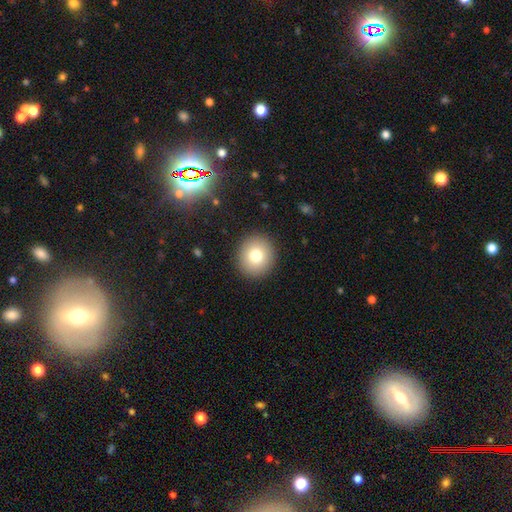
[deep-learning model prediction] Q: Smooth or featured?
A: smooth (77%); runner-up: featured or disk (12%)
Q: How rounded?
A: round (90%); runner-up: in between (9%)
Q: Merging?
A: none (92%); runner-up: minor disturbance (5%)